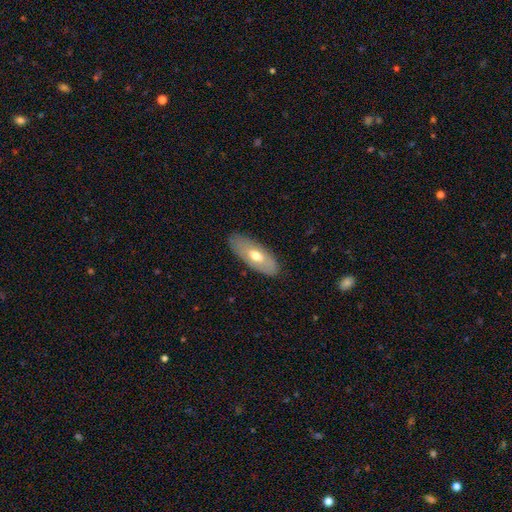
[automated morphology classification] A smooth galaxy with no disk features (56%) that is in between round and cigar-shaped (82%). Merging: none (83%).